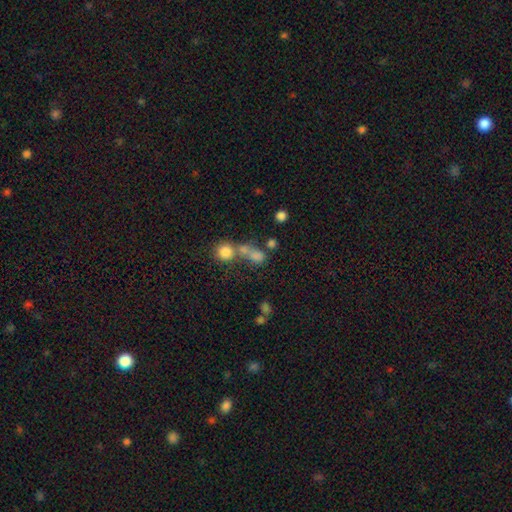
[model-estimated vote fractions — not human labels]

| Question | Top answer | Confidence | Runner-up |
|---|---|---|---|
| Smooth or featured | smooth | 71% | star or artifact (17%) |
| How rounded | in between | 48% | round (47%) |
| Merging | merger | 49% | none (32%) |